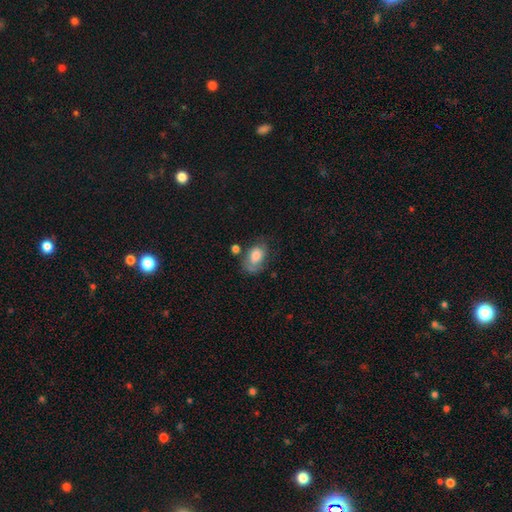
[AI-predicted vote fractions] Smooth or featured: smooth — 66% (featured or disk — 26%)
How rounded: in between — 83% (round — 15%)
Merging: none — 47% (minor disturbance — 29%)